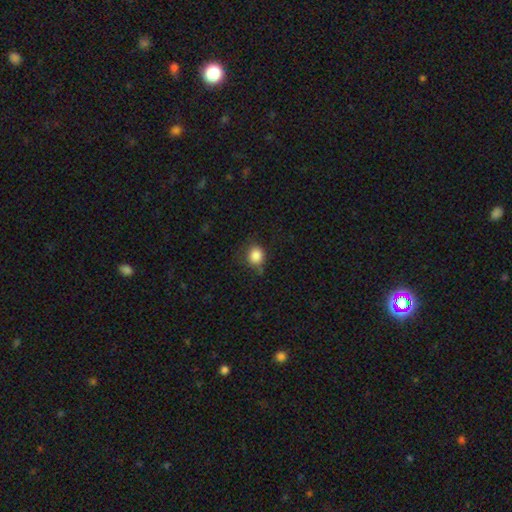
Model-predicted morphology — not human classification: Smooth or featured?
  - smooth: 85% *
  - star or artifact: 10%
  - featured or disk: 5%
How rounded?
  - round: 77% *
  - in between: 22%
  - cigar-shaped: 1%
Merging?
  - none: 65% *
  - minor disturbance: 25%
  - major disturbance: 7%
  - merger: 3%